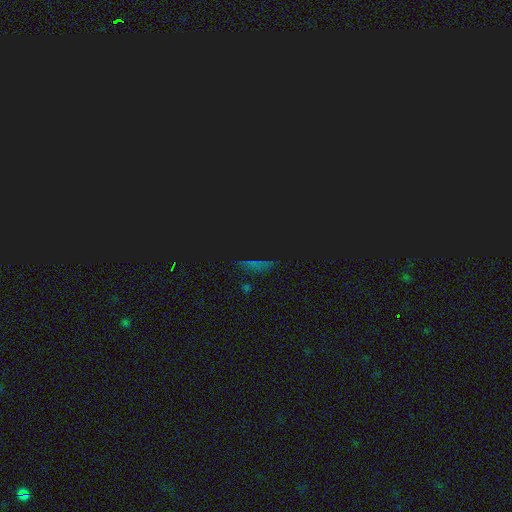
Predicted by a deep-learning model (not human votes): Smooth or featured? star or artifact (68%)